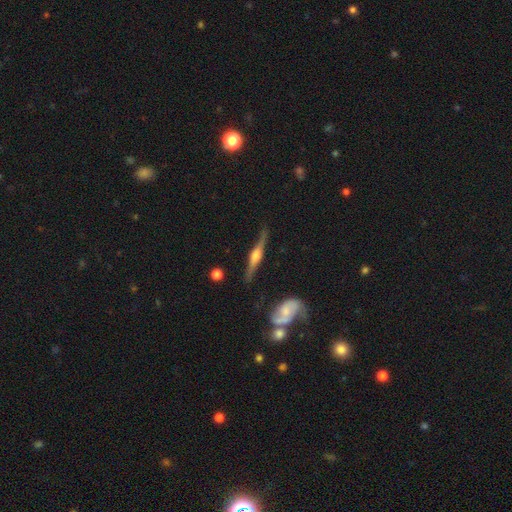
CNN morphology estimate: Smooth or featured: featured or disk — 80% (smooth — 15%)
Edge-on disk: yes — 97% (no — 3%)
Edge-on bulge: rounded — 88% (boxy — 9%)
Merging: none — 83% (minor disturbance — 12%)